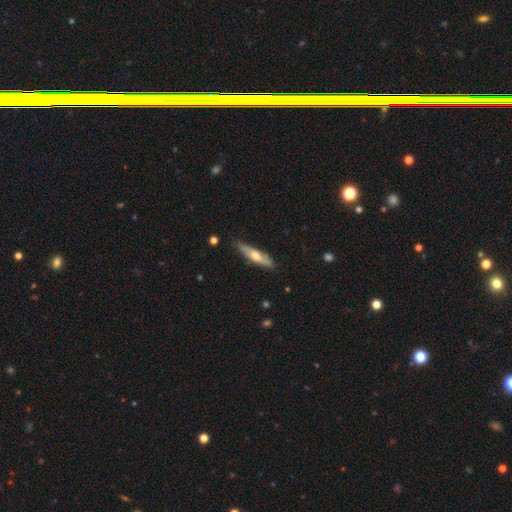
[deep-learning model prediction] This appears to be a smooth galaxy with no disk features (48%). Merging: none (82%).